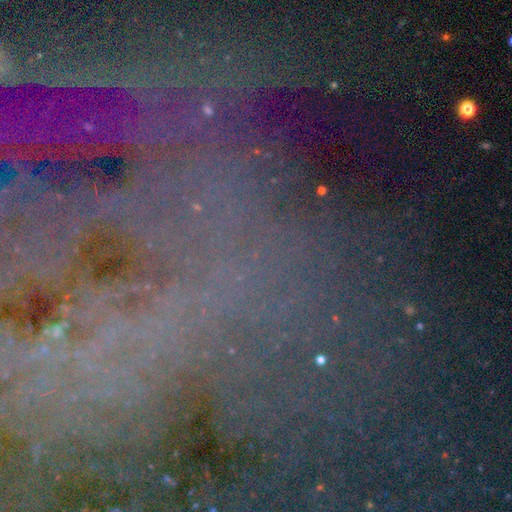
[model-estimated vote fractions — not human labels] The model was most divided on "smooth or featured": star or artifact: 65%, featured or disk: 23%, smooth: 12%.